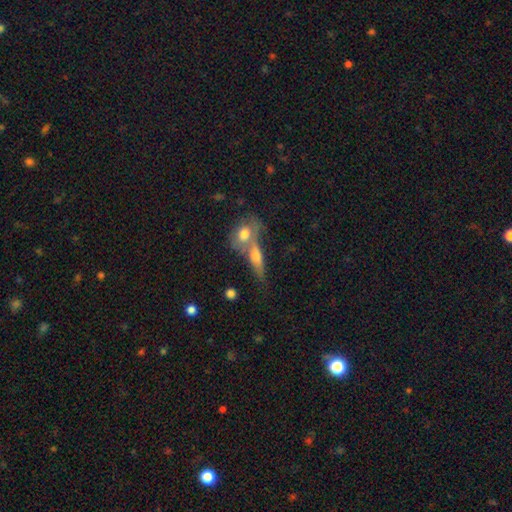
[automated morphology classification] The model was most divided on "how rounded": in between: 48%, cigar-shaped: 40%, round: 12%. Remaining: smooth or featured — smooth (58%); merging — merger (47%).